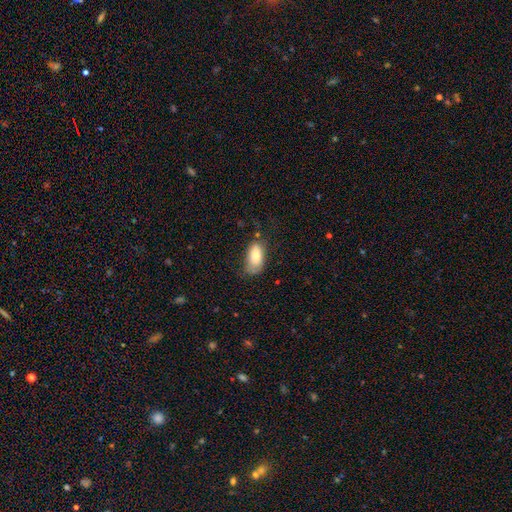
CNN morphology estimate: Smooth or featured: smooth — 81% (featured or disk — 12%)
How rounded: in between — 92% (cigar-shaped — 5%)
Merging: none — 52% (minor disturbance — 34%)